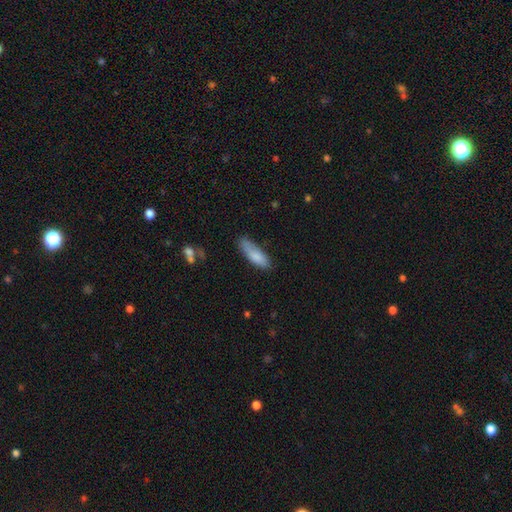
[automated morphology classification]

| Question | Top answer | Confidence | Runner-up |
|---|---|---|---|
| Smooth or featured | smooth | 83% | featured or disk (11%) |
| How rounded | cigar-shaped | 51% | in between (48%) |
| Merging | none | 66% | minor disturbance (26%) |